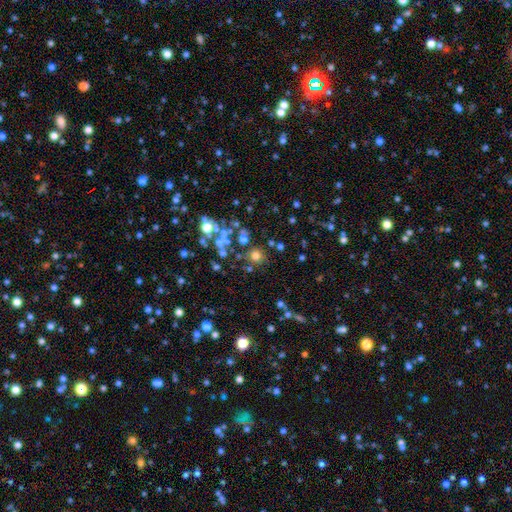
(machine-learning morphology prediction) type=smooth (65%); roundness=round (90%); merging=none (73%).